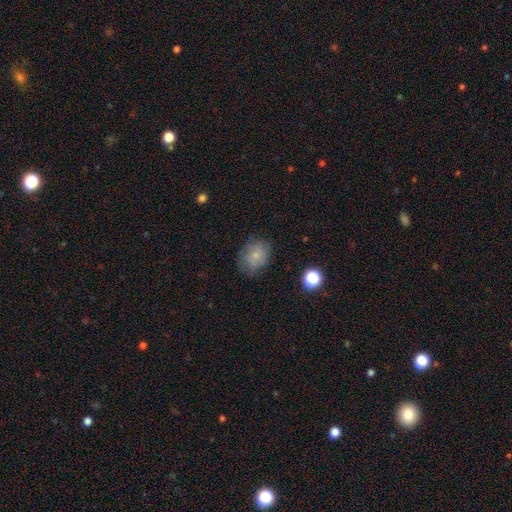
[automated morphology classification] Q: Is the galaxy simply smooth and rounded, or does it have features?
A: smooth — 75%.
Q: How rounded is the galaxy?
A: in between — 53%.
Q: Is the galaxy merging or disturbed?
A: none — 72%.